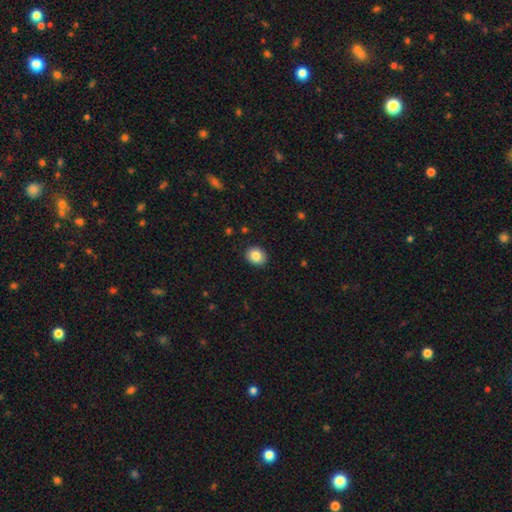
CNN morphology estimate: This is clearly a smooth galaxy (85%). How rounded: possibly round (56%). Merging: clearly none (90%).